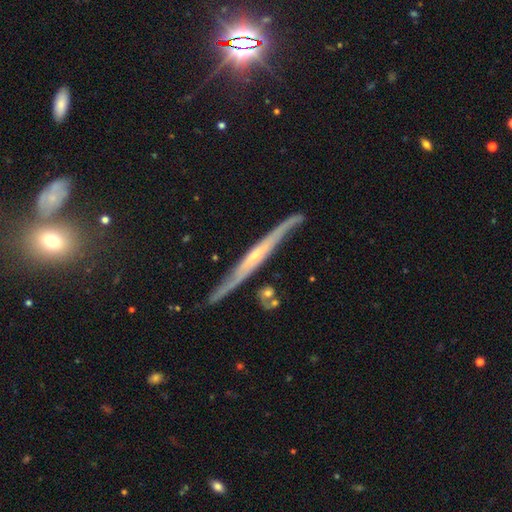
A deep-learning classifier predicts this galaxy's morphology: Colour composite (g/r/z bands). It shows a featured or disk galaxy (79%) viewed edge-on (88%) with no central bulge (48%). Merging: none (73%).